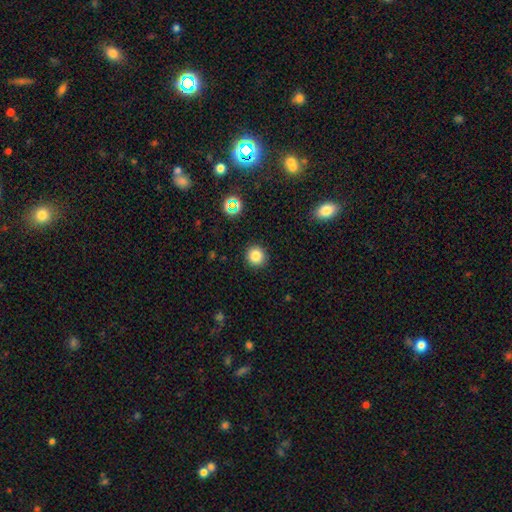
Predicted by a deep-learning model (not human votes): This is clearly a smooth galaxy (82%). How rounded: clearly round (93%). Merging: clearly none (91%).